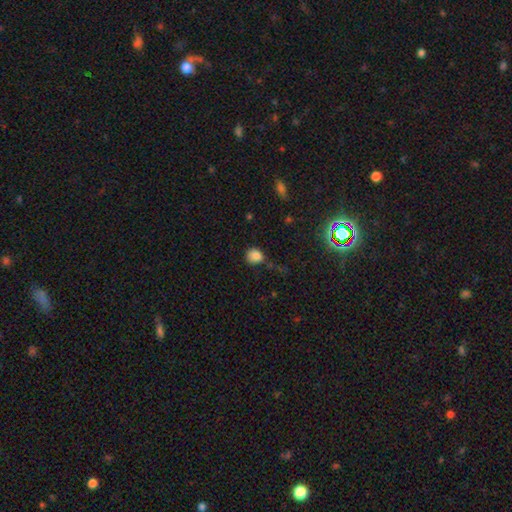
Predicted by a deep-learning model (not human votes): Morphology: type=smooth (81%); roundness=round (78%); merging=none (68%).